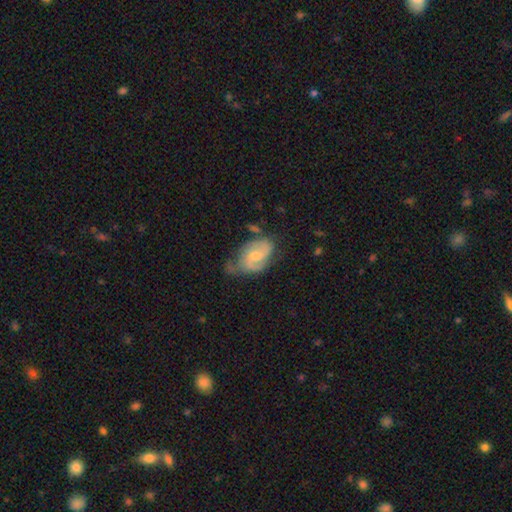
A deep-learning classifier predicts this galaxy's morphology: featured or disk 74%, smooth 20%, star or artifact 6%. Down the decision tree: edge-on disk — no (97%); bar — weak (48%); spiral arms — yes (92%); spiral arm count — 2 (79%); spiral winding — medium (50%); bulge size — moderate (48%); merging — none (47%).